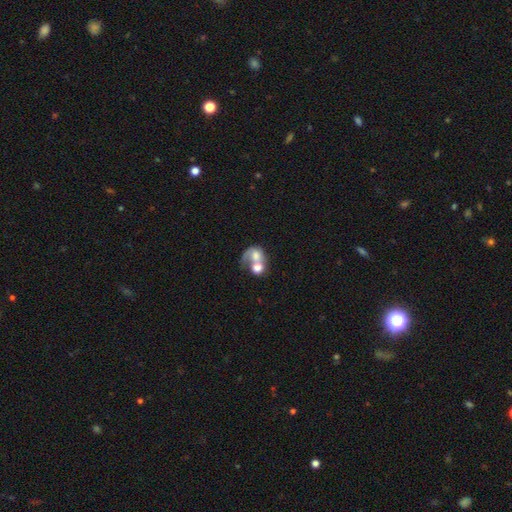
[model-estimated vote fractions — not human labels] smooth_or_featured: smooth (p=0.48) [alt: featured or disk p=0.44]
merging: merger (p=0.70) [alt: major disturbance p=0.13]